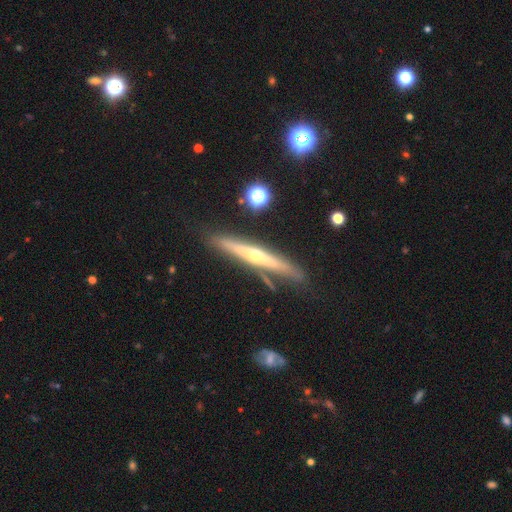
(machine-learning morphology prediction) Smooth or featured? Predicted: featured or disk (p=0.74). Edge-on disk? Predicted: yes (p=0.96). Edge-on bulge? Predicted: rounded (p=0.85). Merging? Predicted: none (p=0.79).